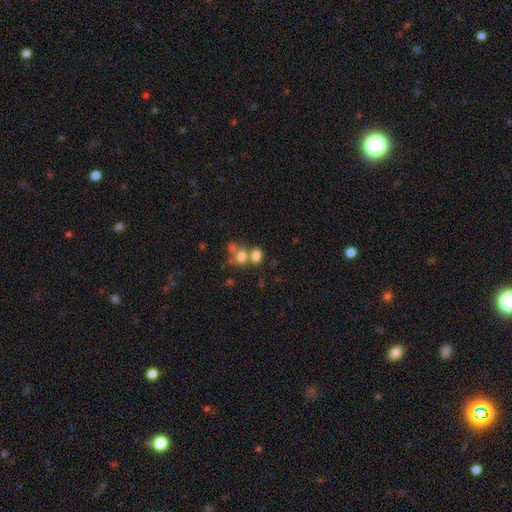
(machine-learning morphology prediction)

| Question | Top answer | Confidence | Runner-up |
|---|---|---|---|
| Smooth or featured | smooth | 75% | star or artifact (13%) |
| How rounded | in between | 54% | round (45%) |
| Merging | merger | 46% | none (39%) |